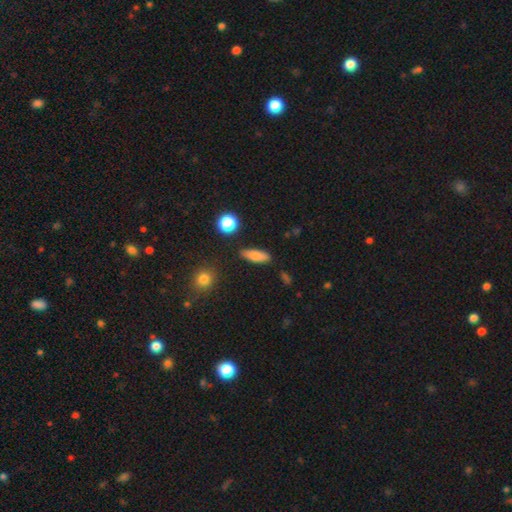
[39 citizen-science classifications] Smooth or featured?
  - smooth: 77% *
  - featured or disk: 21%
  - star or artifact: 3%
How rounded?
  - in between: 53% *
  - cigar-shaped: 43%
  - round: 3%
Merging?
  - none: 66% *
  - minor disturbance: 26%
  - major disturbance: 5%
  - merger: 3%